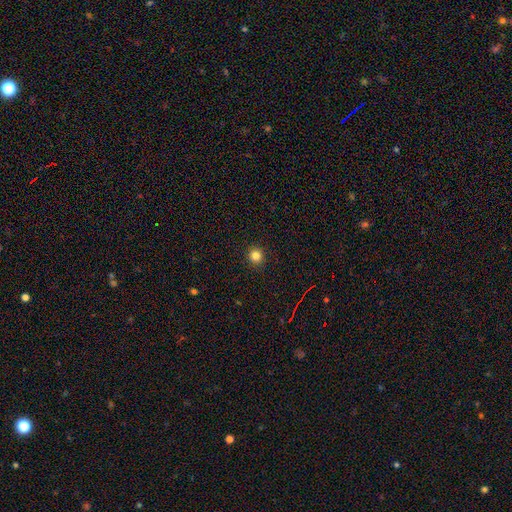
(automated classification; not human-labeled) Q: Smooth or featured?
A: smooth (82%); runner-up: star or artifact (13%)
Q: How rounded?
A: round (92%); runner-up: in between (7%)
Q: Merging?
A: none (93%); runner-up: minor disturbance (5%)